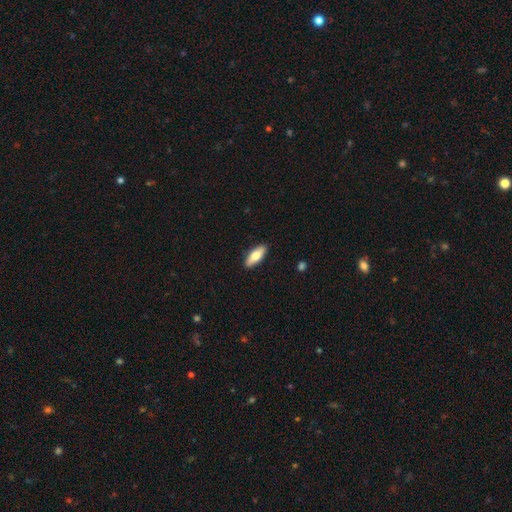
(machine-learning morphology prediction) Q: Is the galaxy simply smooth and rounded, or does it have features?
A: smooth — 71%.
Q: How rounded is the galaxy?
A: in between — 69%.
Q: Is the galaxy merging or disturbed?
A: none — 90%.